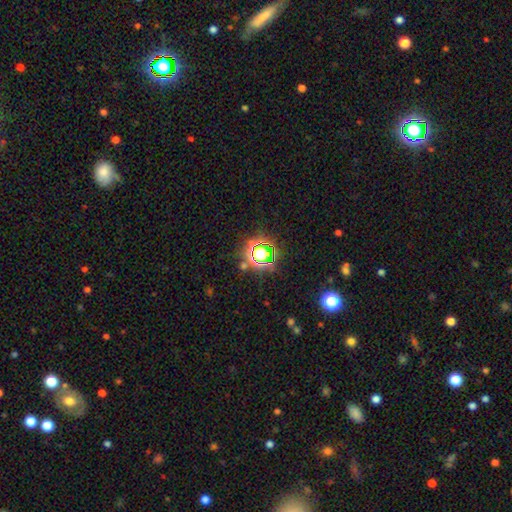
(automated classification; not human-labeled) smooth-or-featured: star or artifact: 67% | smooth: 23% | featured or disk: 10%